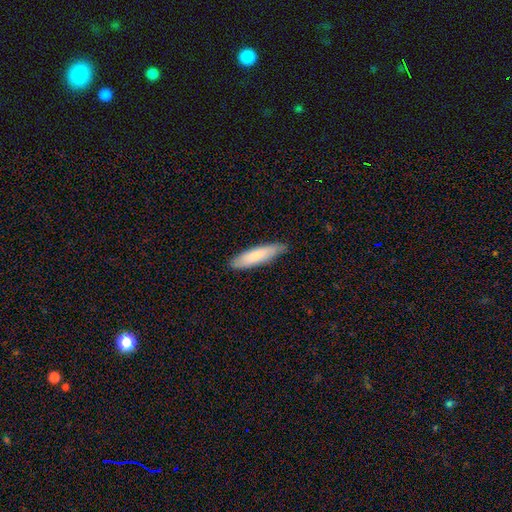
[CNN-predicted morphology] Smooth or featured?
  - smooth: 80% *
  - featured or disk: 15%
  - star or artifact: 5%
How rounded?
  - cigar-shaped: 74% *
  - in between: 25%
  - round: 1%
Merging?
  - none: 84% *
  - minor disturbance: 13%
  - major disturbance: 2%
  - merger: 1%